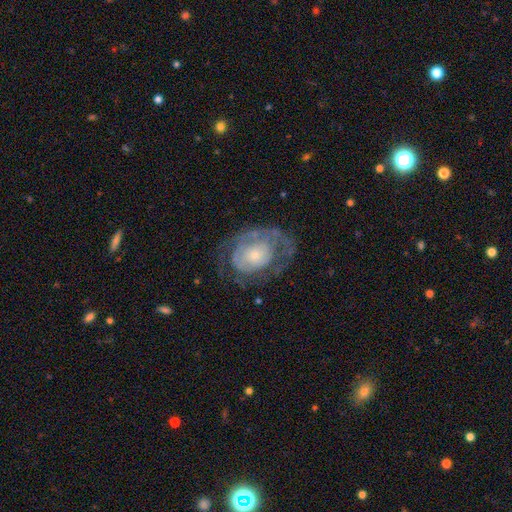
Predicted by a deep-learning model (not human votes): smooth-or-featured: featured or disk: 75% | smooth: 18% | star or artifact: 8%
  disk-edge-on: no: 96% | yes: 4%
    bar: no: 81% | weak: 15% | strong: 4%
    has-spiral-arms: yes: 76% | no: 24%
      spiral-winding: tight: 66% | medium: 24% | loose: 9%
      spiral-arm-count: can't tell: 46% | 2: 27% | 1: 11% | 3: 8% | 4: 4% | more than 4: 4%
    bulge-size: small: 52% | moderate: 36% | large: 7% | none: 3% | dominant: 2%
  merging: none: 67% | minor disturbance: 18% | major disturbance: 13% | merger: 1%